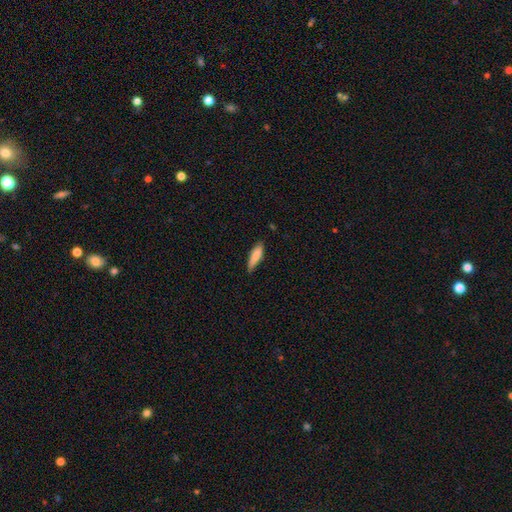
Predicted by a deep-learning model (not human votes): Smooth or featured?
  - smooth: 84% *
  - featured or disk: 9%
  - star or artifact: 6%
How rounded?
  - cigar-shaped: 61% *
  - in between: 37%
  - round: 1%
Merging?
  - none: 70% *
  - minor disturbance: 25%
  - major disturbance: 4%
  - merger: 2%